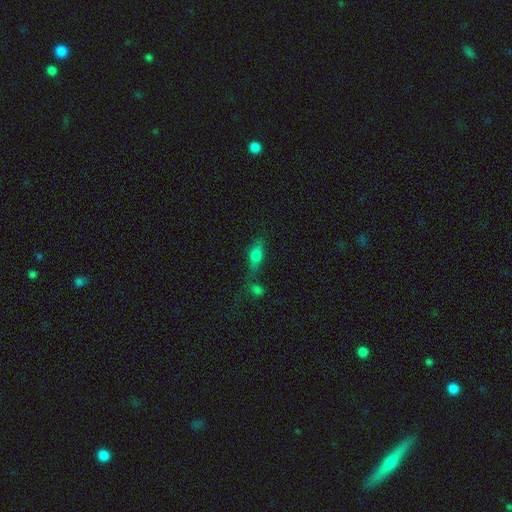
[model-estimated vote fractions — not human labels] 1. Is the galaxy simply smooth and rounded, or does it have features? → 67% smooth, 20% featured or disk, 12% star or artifact.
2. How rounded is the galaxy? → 70% in between, 24% cigar-shaped, 6% round.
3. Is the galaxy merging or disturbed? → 50% none, 24% merger, 17% minor disturbance, 9% major disturbance.